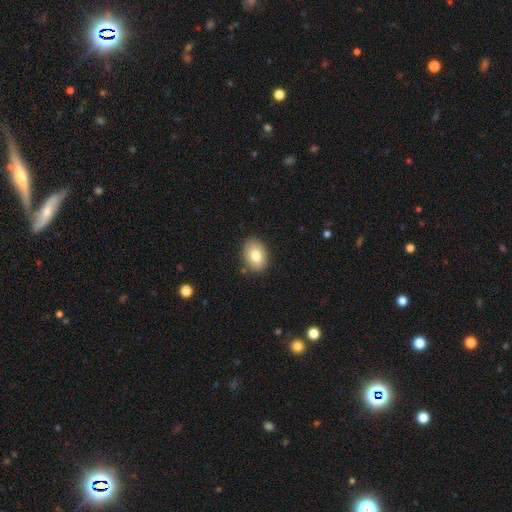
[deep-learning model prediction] This appears to be a smooth galaxy with no disk features (81%) that is in between round and cigar-shaped (75%). Merging: none (86%).